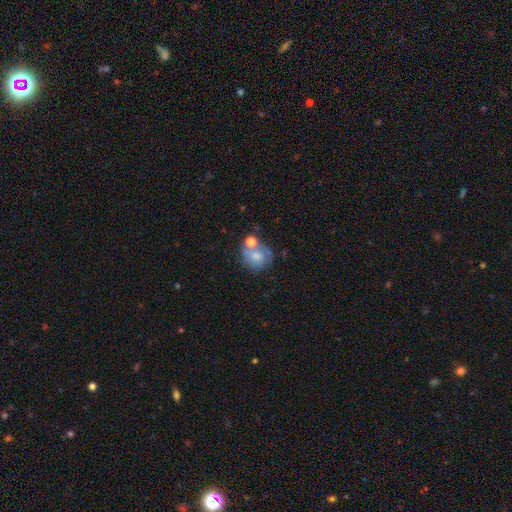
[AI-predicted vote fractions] A smooth galaxy with no disk features (65%) that is round (75%). Merging: none (44%).